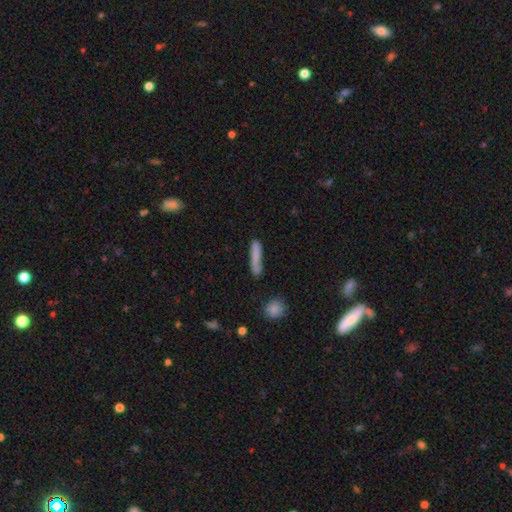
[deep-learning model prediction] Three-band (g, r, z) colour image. It shows a smooth galaxy with no disk features (78%) that is cigar-shaped (89%). Merging: none (69%).